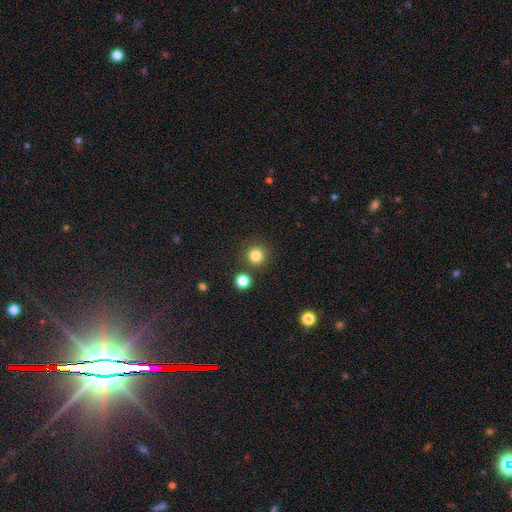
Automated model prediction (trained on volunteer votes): This appears to be a smooth galaxy with no disk features (83%) that is round (94%). Merging: none (85%).